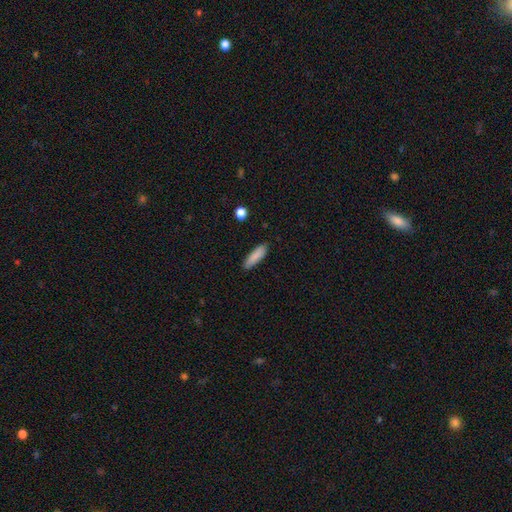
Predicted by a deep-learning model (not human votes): smooth_or_featured: smooth (p=0.86) [alt: featured or disk p=0.07]
how_rounded: cigar-shaped (p=0.65) [alt: in between p=0.34]
merging: none (p=0.86) [alt: minor disturbance p=0.10]